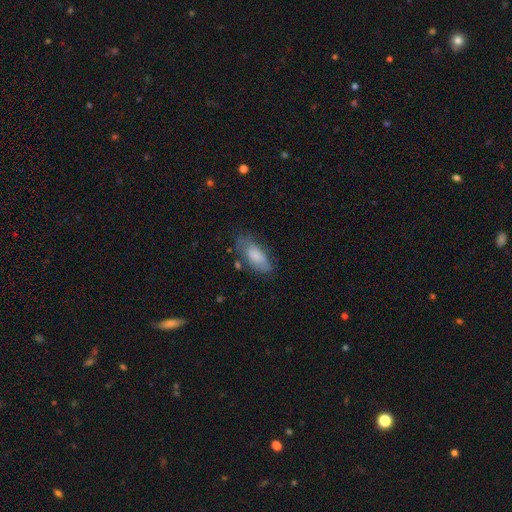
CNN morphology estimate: Smooth or featured?
  - smooth: 74% *
  - featured or disk: 20%
  - star or artifact: 6%
How rounded?
  - in between: 85% *
  - cigar-shaped: 13%
  - round: 2%
Merging?
  - none: 62% *
  - minor disturbance: 27%
  - major disturbance: 9%
  - merger: 3%